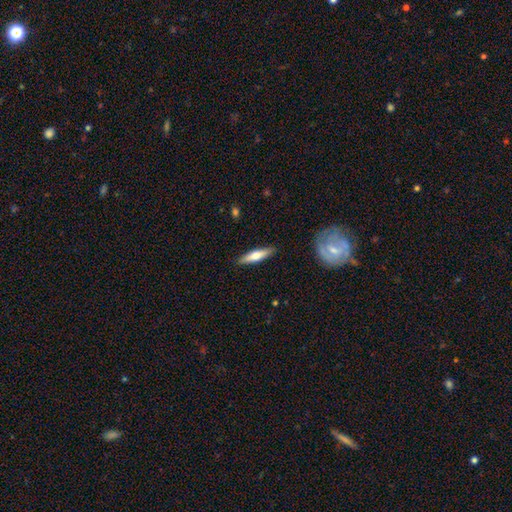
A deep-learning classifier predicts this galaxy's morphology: A smooth galaxy with no disk features (55%) that is cigar-shaped (75%). Merging: none (89%).